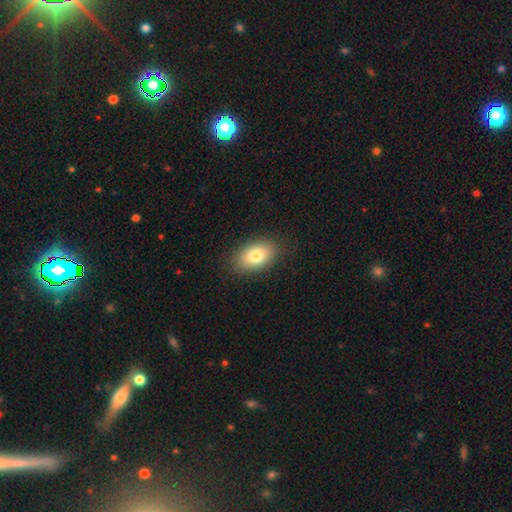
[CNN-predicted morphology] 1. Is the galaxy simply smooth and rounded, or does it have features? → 80% smooth, 11% featured or disk, 8% star or artifact.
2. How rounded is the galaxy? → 90% in between, 8% round, 2% cigar-shaped.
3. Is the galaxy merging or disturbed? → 88% none, 9% minor disturbance, 3% major disturbance, 1% merger.